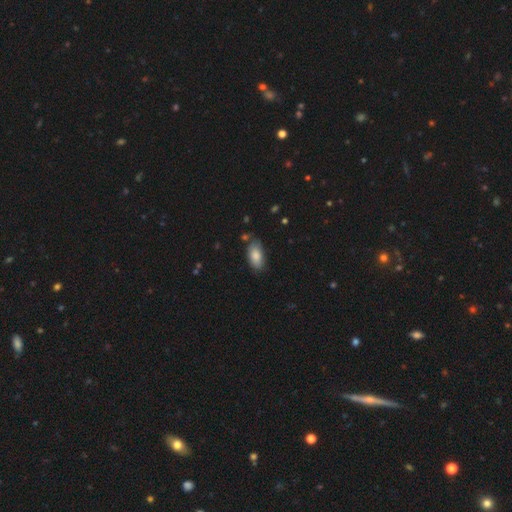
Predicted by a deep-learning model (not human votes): smooth-or-featured: smooth: 84% | featured or disk: 9% | star or artifact: 7%
  how-rounded: in between: 93% | cigar-shaped: 5% | round: 3%
  merging: none: 73% | minor disturbance: 20% | major disturbance: 4% | merger: 3%